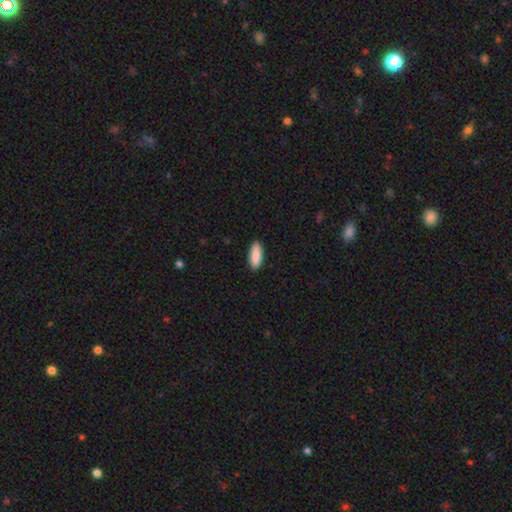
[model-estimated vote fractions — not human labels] Overall: smooth (91%). How rounded: in between (74%). Merging: none (90%).